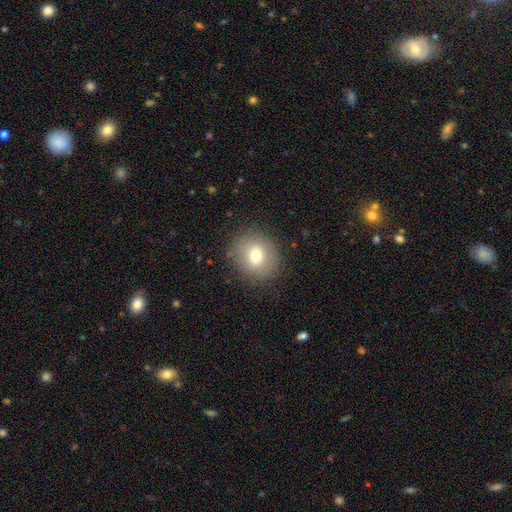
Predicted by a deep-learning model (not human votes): Smooth or featured?
  - smooth: 73% *
  - featured or disk: 16%
  - star or artifact: 11%
How rounded?
  - round: 82% *
  - in between: 17%
  - cigar-shaped: 1%
Merging?
  - none: 86% *
  - minor disturbance: 9%
  - major disturbance: 4%
  - merger: 1%